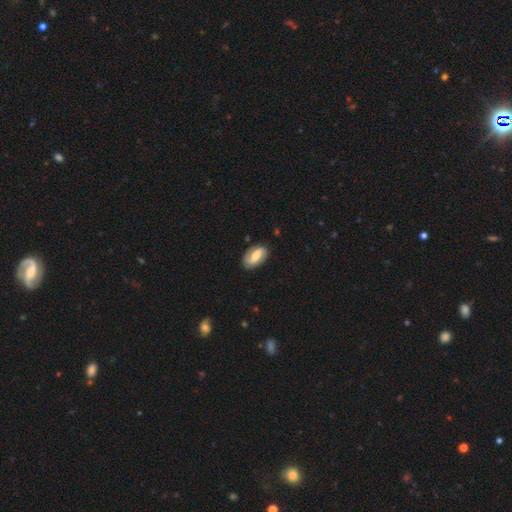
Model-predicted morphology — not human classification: The model was most divided on "smooth or featured": featured or disk: 54%, smooth: 40%, star or artifact: 7%. More confident: edge-on disk — no (93%); merging — none (81%).